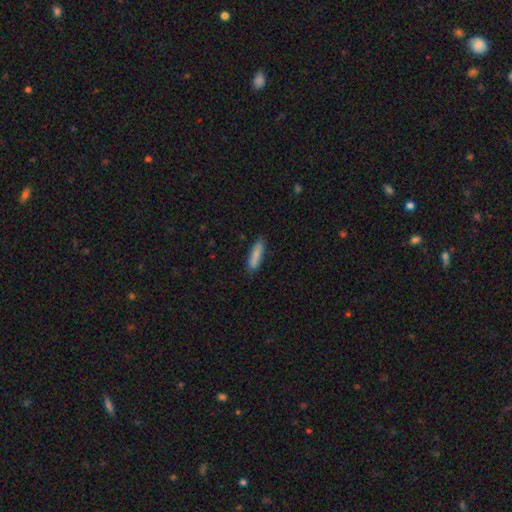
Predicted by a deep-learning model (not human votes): This appears to be a smooth galaxy with no disk features (83%) that is cigar-shaped (75%). Merging: none (82%).